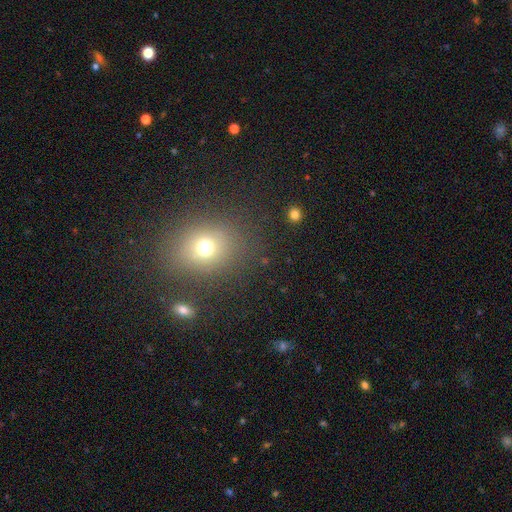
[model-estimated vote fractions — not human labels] Smooth or featured? smooth (63%)
How rounded? round (58%)
Merging? none (84%)